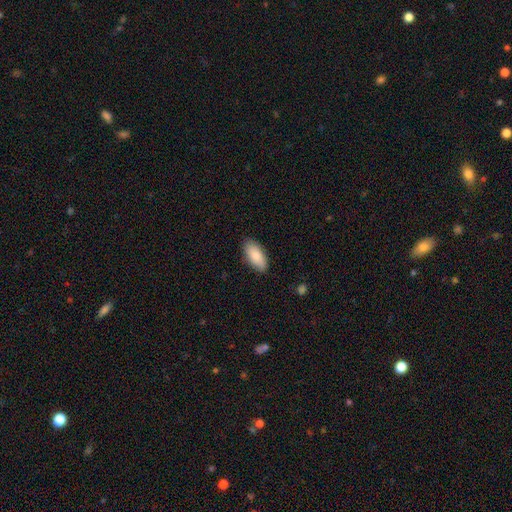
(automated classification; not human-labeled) Overall: smooth (86%). How rounded: in between (89%). Merging: none (85%).